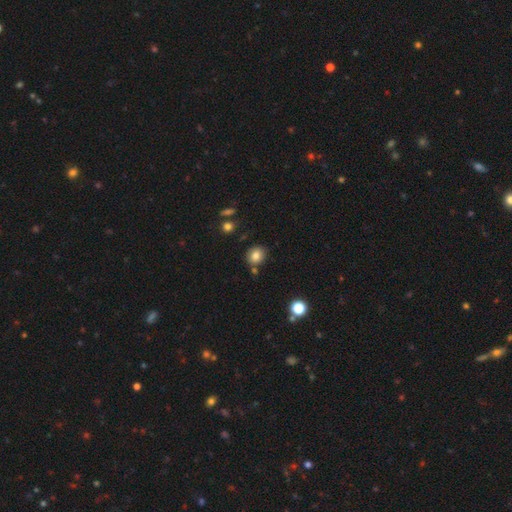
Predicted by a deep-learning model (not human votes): Smooth or featured? smooth (82%)
How rounded? round (73%)
Merging? none (78%)